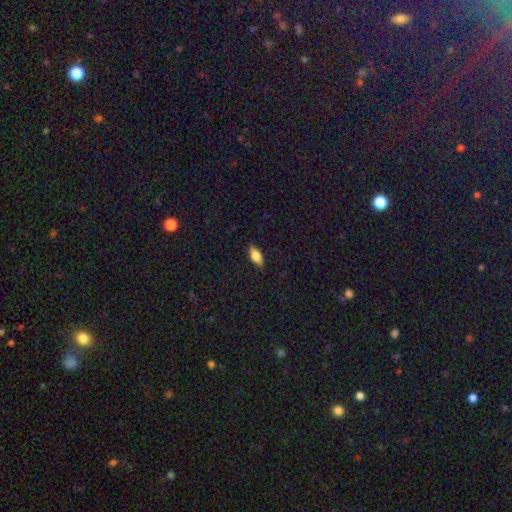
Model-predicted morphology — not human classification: Smooth or featured?
  - smooth: 65% *
  - featured or disk: 27%
  - star or artifact: 8%
How rounded?
  - in between: 77% *
  - cigar-shaped: 19%
  - round: 3%
Merging?
  - none: 88% *
  - minor disturbance: 9%
  - major disturbance: 2%
  - merger: 1%